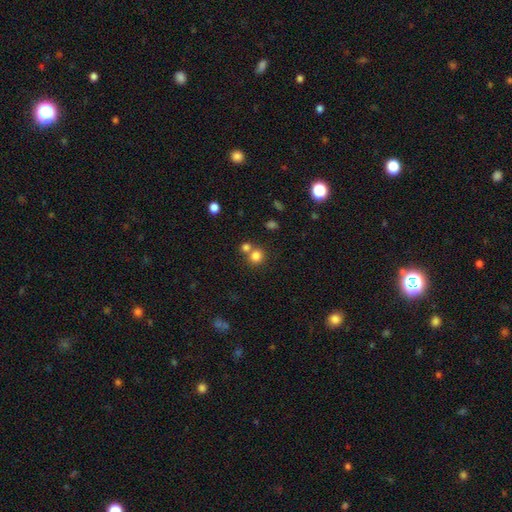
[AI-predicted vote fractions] smooth_or_featured: smooth (p=0.80) [alt: star or artifact p=0.13]
how_rounded: round (p=0.86) [alt: in between p=0.13]
merging: none (p=0.56) [alt: merger p=0.34]